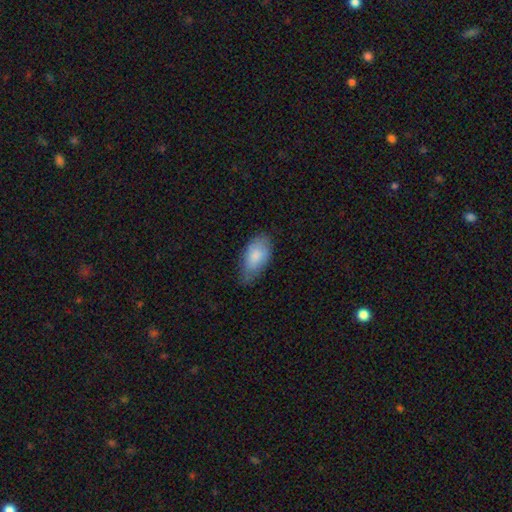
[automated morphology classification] type=smooth (81%); roundness=in between (94%); merging=none (57%).